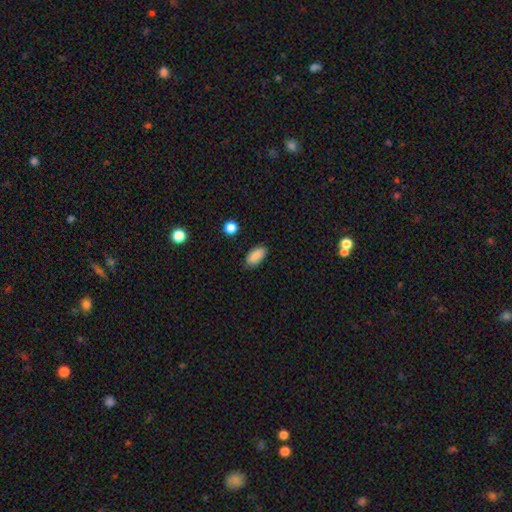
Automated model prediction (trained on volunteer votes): A smooth galaxy with no disk features (86%) that is in between round and cigar-shaped (91%). Merging: none (86%).